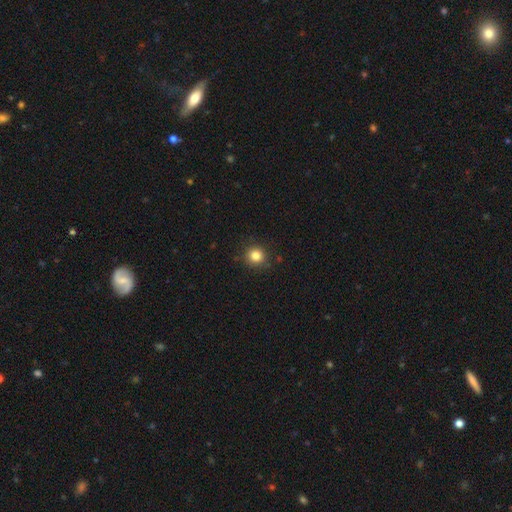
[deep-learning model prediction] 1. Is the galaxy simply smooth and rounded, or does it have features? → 83% smooth, 12% star or artifact, 5% featured or disk.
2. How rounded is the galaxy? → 92% round, 7% in between, 1% cigar-shaped.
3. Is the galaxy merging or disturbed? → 89% none, 7% minor disturbance, 2% major disturbance, 1% merger.